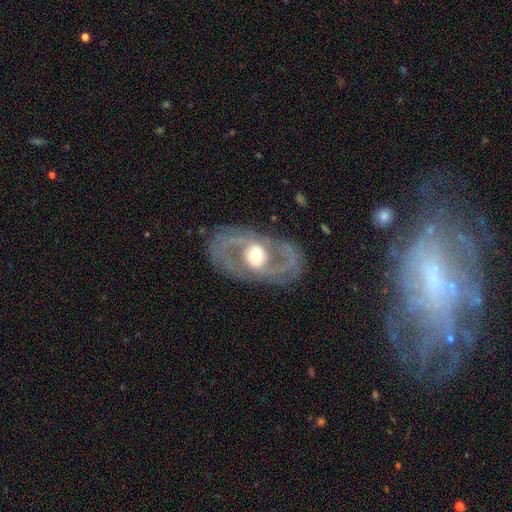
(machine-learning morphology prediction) Smooth or featured? featured or disk (82%)
Edge-on disk? no (94%)
Bar? no (48%)
Spiral arms? yes (77%)
Spiral winding? medium (48%)
Spiral arm count? 2 (86%)
Bulge size? moderate (64%)
Merging? none (80%)